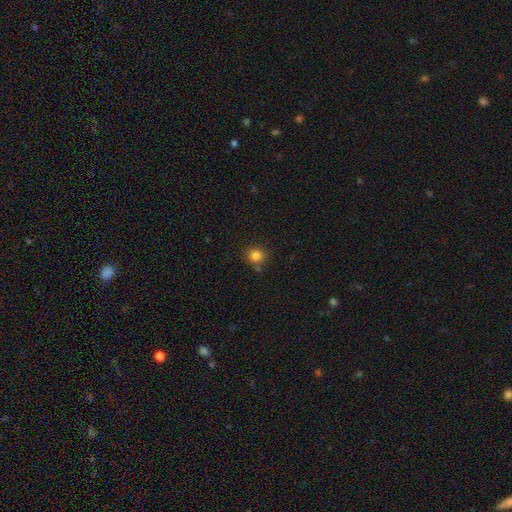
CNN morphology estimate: This appears to be a smooth galaxy with no disk features (83%) that is round (82%). Merging: none (79%).